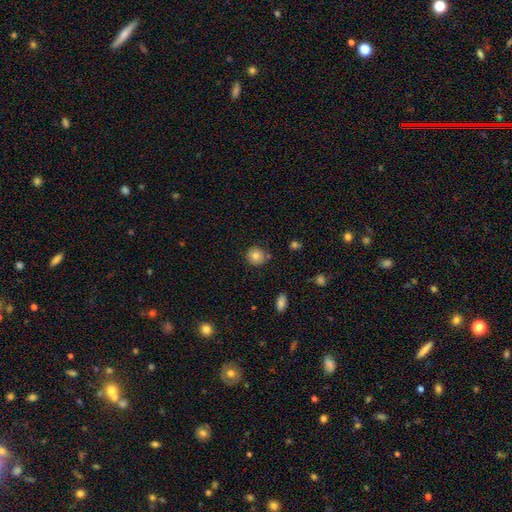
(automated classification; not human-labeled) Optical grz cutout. It shows a smooth galaxy with no disk features (83%) that is round (89%). Merging: none (83%).